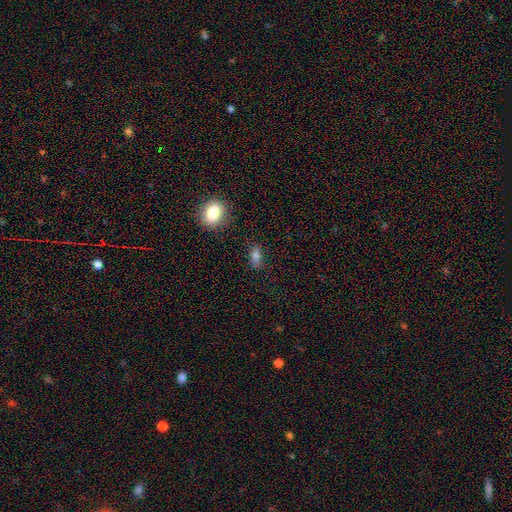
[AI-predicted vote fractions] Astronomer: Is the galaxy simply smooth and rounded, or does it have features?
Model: smooth — 80%.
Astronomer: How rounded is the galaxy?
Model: in between — 80%.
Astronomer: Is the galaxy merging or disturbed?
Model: none — 80%.